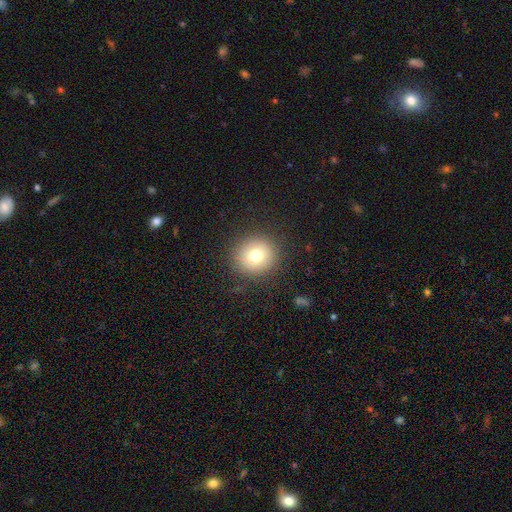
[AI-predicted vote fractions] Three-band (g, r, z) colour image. It shows a smooth galaxy with no disk features (74%) that is round (88%). Merging: none (86%).